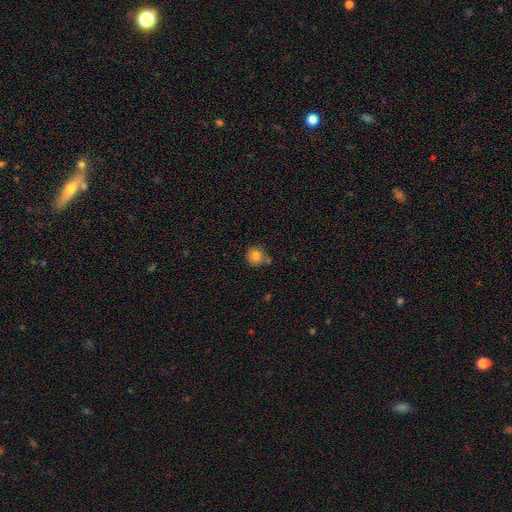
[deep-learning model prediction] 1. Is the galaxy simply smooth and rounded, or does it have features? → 83% smooth, 10% star or artifact, 7% featured or disk.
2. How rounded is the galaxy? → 91% round, 8% in between, 1% cigar-shaped.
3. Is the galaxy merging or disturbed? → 70% none, 14% merger, 13% minor disturbance, 3% major disturbance.